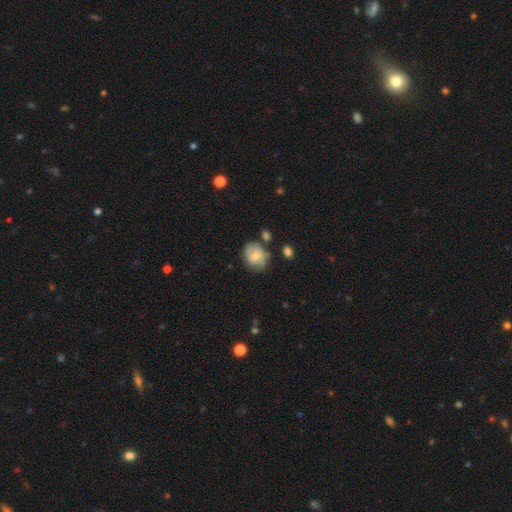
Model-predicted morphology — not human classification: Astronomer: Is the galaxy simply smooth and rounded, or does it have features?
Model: smooth — 51% (runner-up: featured or disk, 42%).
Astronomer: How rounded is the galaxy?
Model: round — 58% (runner-up: in between, 40%).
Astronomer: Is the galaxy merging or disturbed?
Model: none — 66%.